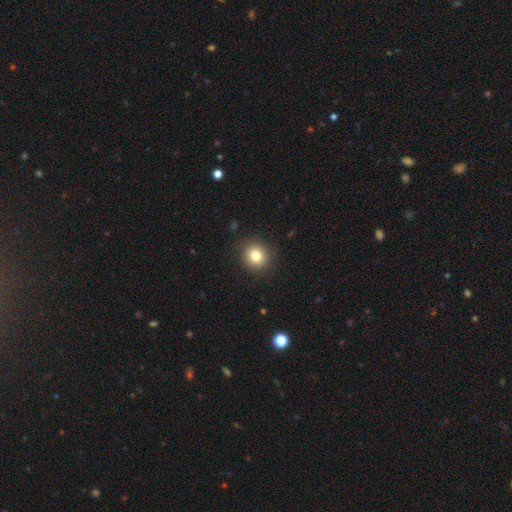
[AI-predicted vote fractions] smooth 81%, star or artifact 11%, featured or disk 8%. Down the decision tree: how rounded — round (88%); merging — none (90%).